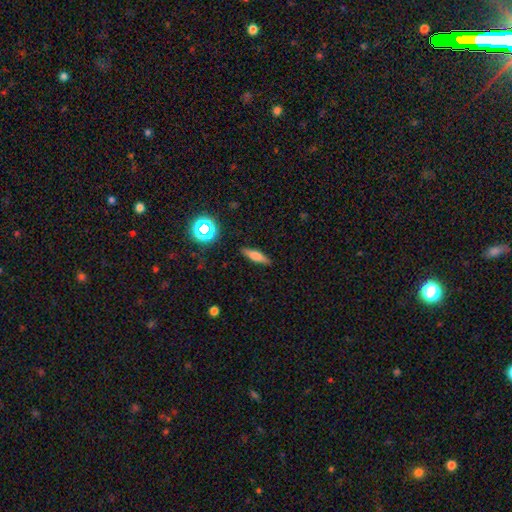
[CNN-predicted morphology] Smooth or featured: smooth — 62% (featured or disk — 28%)
How rounded: cigar-shaped — 66% (in between — 31%)
Merging: none — 88% (minor disturbance — 9%)